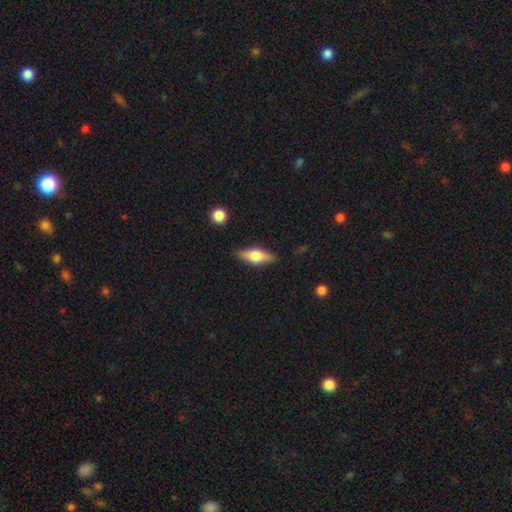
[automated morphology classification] smooth 50%, featured or disk 43%, star or artifact 7%. Down the decision tree: how rounded — in between (68%); merging — none (84%).